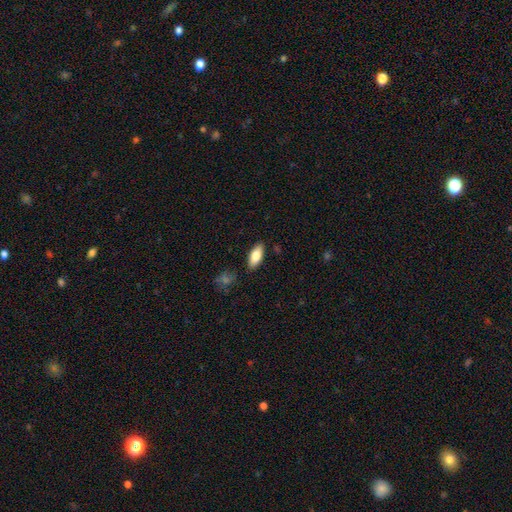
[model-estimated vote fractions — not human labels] Smooth or featured? Predicted: smooth (p=0.78). How rounded? Predicted: in between (p=0.84). Merging? Predicted: none (p=0.87).